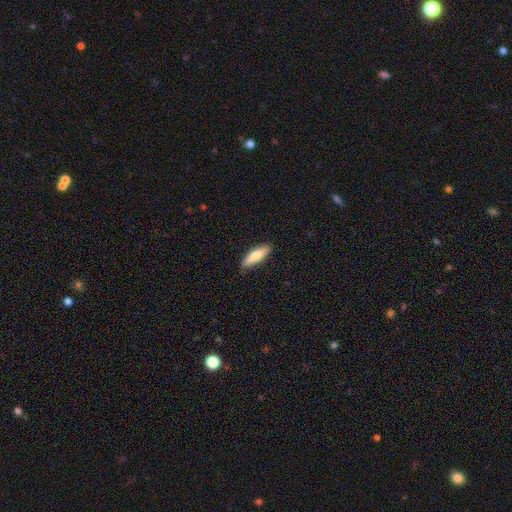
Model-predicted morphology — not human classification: The model was most divided on "how rounded": cigar-shaped: 60%, in between: 39%, round: 2%. More confident: merging — none (87%); smooth or featured — smooth (77%).